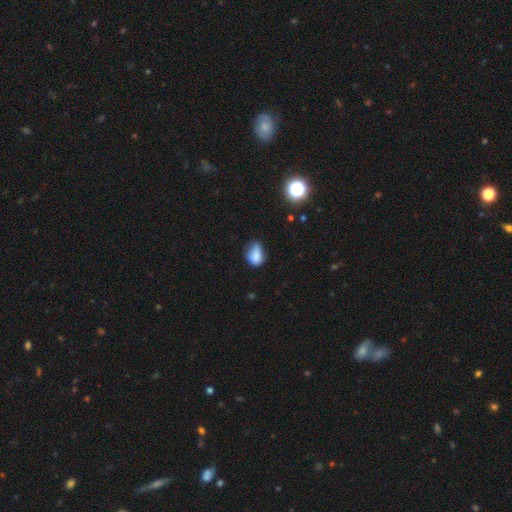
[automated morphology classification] A smooth galaxy with no disk features (78%) that is in between round and cigar-shaped (79%).

Vote fractions:
- Smooth or featured? smooth: 78% / featured or disk: 11% / star or artifact: 11%
- How rounded? in between: 79% / round: 18% / cigar-shaped: 3%
- Merging? none: 42% / minor disturbance: 40% / major disturbance: 14% / merger: 4%